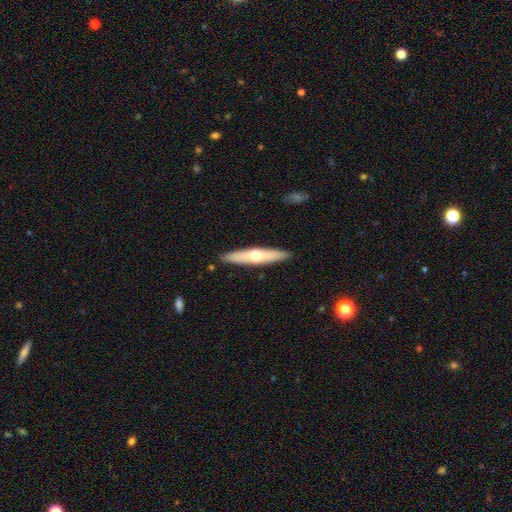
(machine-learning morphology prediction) Overall: featured or disk (50%; smooth 45%). Edge-on disk: yes (88%). Merging: none (90%).